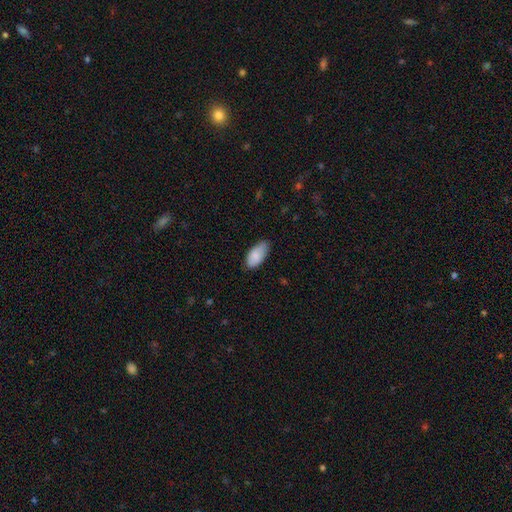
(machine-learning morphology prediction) A smooth galaxy with no disk features (86%) that is in between round and cigar-shaped (93%).

Vote fractions:
- Smooth or featured? smooth: 86% / featured or disk: 8% / star or artifact: 6%
- How rounded? in between: 93% / cigar-shaped: 5% / round: 2%
- Merging? none: 71% / minor disturbance: 24% / major disturbance: 3% / merger: 1%